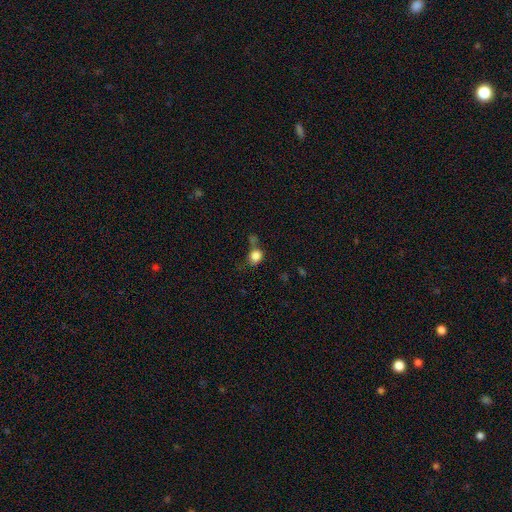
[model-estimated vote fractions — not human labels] This is clearly a smooth galaxy (83%). How rounded: likely round (64%). Merging: possibly none (47%).